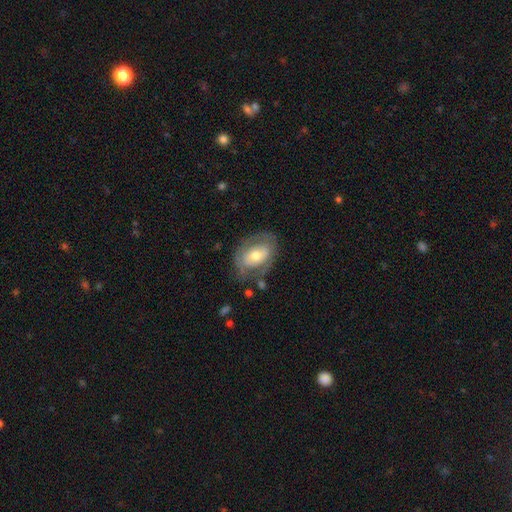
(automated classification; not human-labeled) Smooth or featured: featured or disk — 51% (smooth — 43%)
Edge-on disk: no — 93% (yes — 7%)
Merging: none — 65% (minor disturbance — 20%)